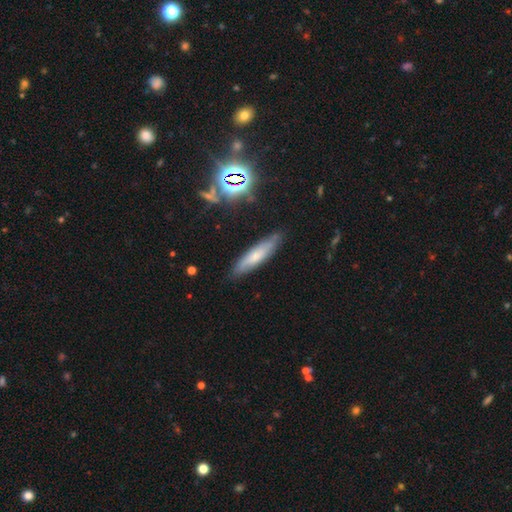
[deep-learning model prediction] Smooth or featured?
  - smooth: 52% *
  - featured or disk: 34%
  - star or artifact: 13%
How rounded?
  - cigar-shaped: 78% *
  - in between: 20%
  - round: 2%
Merging?
  - none: 82% *
  - minor disturbance: 13%
  - major disturbance: 3%
  - merger: 2%